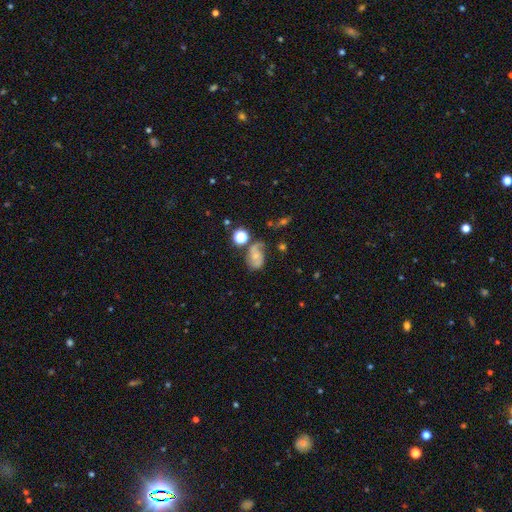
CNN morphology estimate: Overall: featured or disk (57%; smooth 30%). Edge-on disk: no (97%). Bar: no (68%). Spiral arms: yes (85%). Bulge size: small (58%; moderate 30%). Merging: none (48%; minor disturbance 26%).